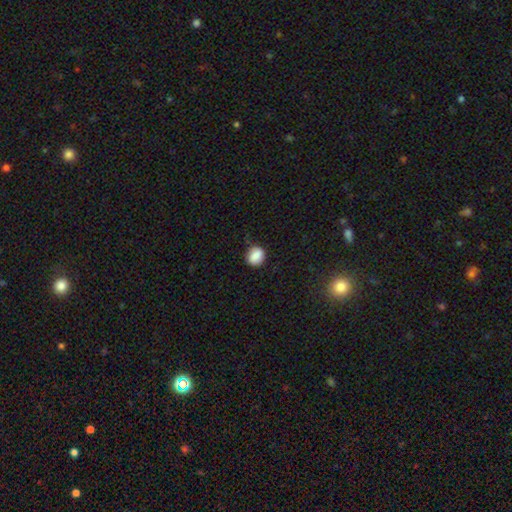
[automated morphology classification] Overall: smooth (85%). How rounded: round (61%; in between 38%). Merging: none (78%).